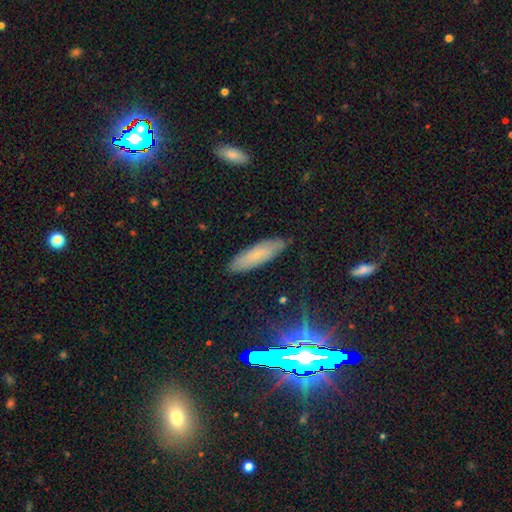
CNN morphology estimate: Smooth or featured? Predicted: smooth (p=0.68). How rounded? Predicted: cigar-shaped (p=0.55). Merging? Predicted: none (p=0.86).